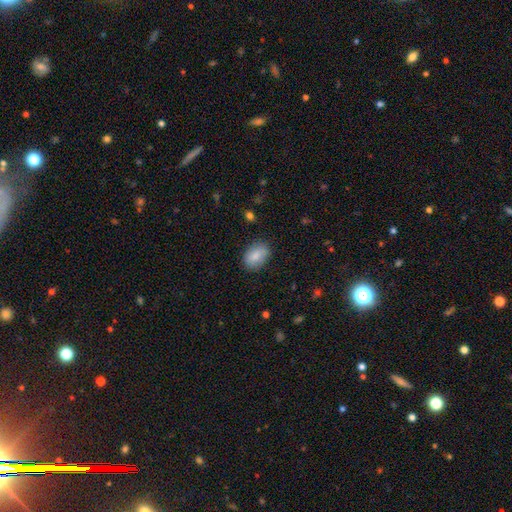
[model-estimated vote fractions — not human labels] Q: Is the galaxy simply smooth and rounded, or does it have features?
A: smooth — 83%.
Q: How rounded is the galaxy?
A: in between — 86%.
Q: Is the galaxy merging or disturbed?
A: none — 81%.